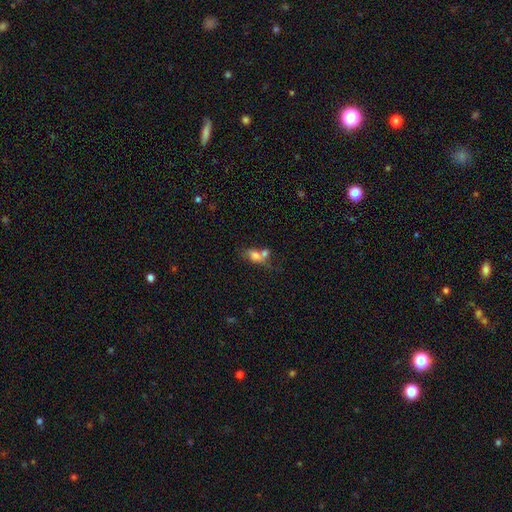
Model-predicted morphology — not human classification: A smooth galaxy with no disk features (72%) that is in between round and cigar-shaped (77%). Merging: merger (51%).